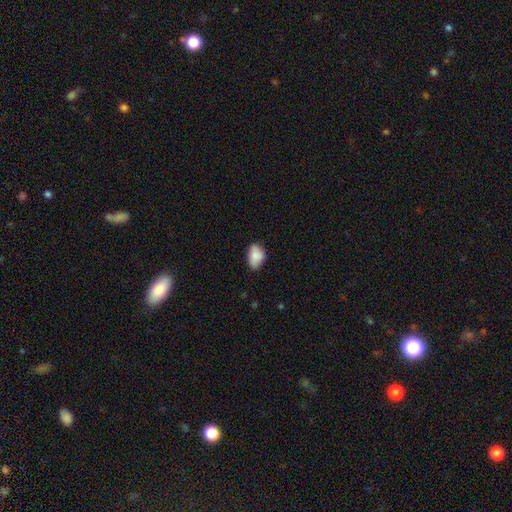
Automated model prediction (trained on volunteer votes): Q: Smooth or featured?
A: smooth (83%); runner-up: featured or disk (9%)
Q: How rounded?
A: in between (87%); runner-up: round (12%)
Q: Merging?
A: none (66%); runner-up: minor disturbance (27%)